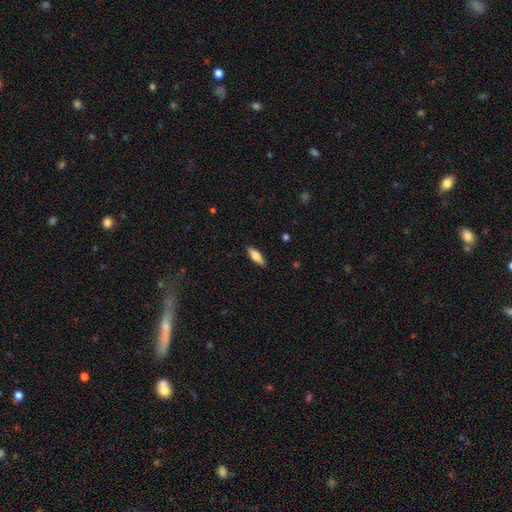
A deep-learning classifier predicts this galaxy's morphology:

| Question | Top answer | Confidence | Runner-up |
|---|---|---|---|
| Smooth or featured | smooth | 69% | featured or disk (24%) |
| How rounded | in between | 55% | cigar-shaped (43%) |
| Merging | none | 88% | minor disturbance (9%) |